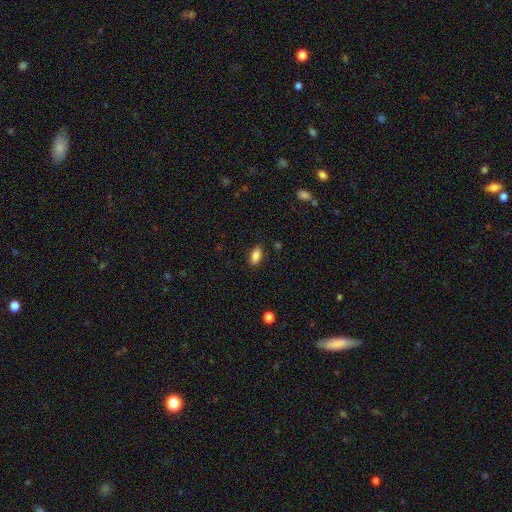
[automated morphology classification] Smooth or featured: smooth — 86% (star or artifact — 8%)
How rounded: in between — 89% (cigar-shaped — 7%)
Merging: none — 86% (minor disturbance — 10%)